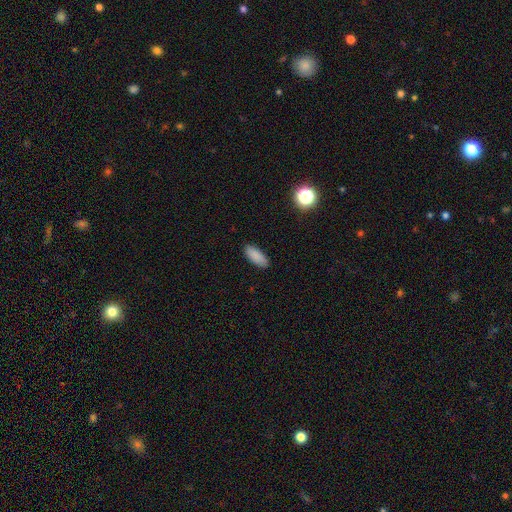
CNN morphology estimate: type=smooth (88%); roundness=in between (79%); merging=none (87%).